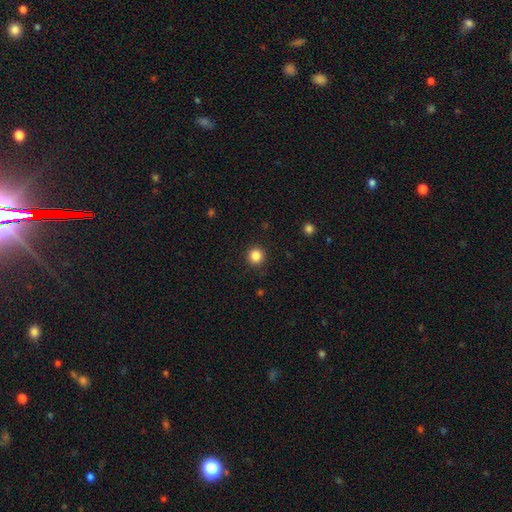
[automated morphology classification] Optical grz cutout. It shows a smooth galaxy with no disk features (85%) that is round (94%). Merging: none (92%).